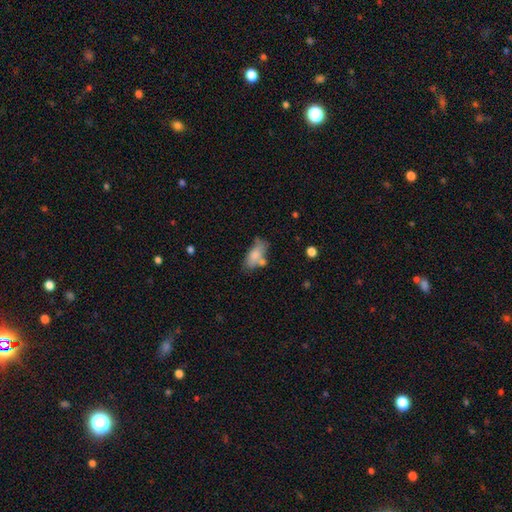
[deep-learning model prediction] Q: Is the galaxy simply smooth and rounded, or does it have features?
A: smooth — 75%.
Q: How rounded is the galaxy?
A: in between — 82%.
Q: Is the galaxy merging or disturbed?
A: none — 49%.